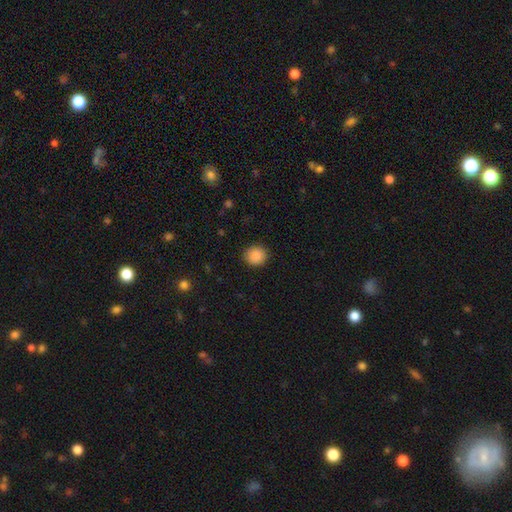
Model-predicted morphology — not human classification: smooth-or-featured: smooth: 89% | star or artifact: 9% | featured or disk: 3%
  how-rounded: round: 88% | in between: 11% | cigar-shaped: 1%
  merging: none: 90% | minor disturbance: 7% | major disturbance: 2% | merger: 1%